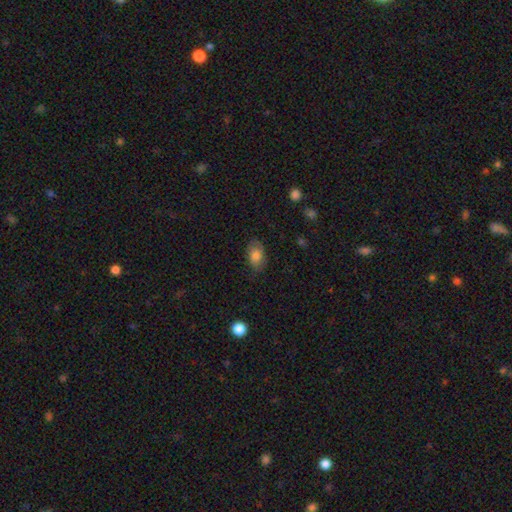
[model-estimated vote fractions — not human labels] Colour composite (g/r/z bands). It shows a smooth galaxy with no disk features (79%) that is in between round and cigar-shaped (89%). Merging: none (78%).